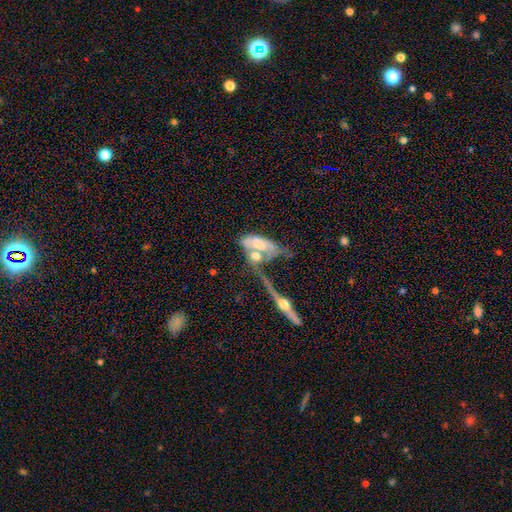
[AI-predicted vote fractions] Morphology: type=featured or disk (51%); edge-on=no (68%); merging=merger (59%).